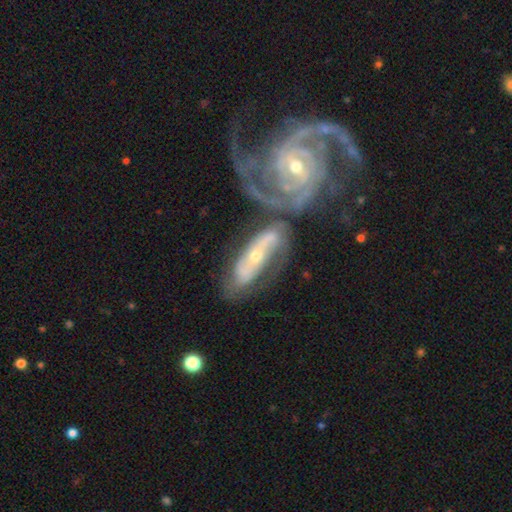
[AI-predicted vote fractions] Smooth or featured?
  - featured or disk: 80% *
  - smooth: 14%
  - star or artifact: 6%
Edge-on disk?
  - no: 90% *
  - yes: 10%
Bar?
  - no: 54% *
  - weak: 27%
  - strong: 19%
Spiral arms?
  - yes: 89% *
  - no: 11%
Spiral winding?
  - tight: 52% *
  - medium: 35%
  - loose: 14%
Spiral arm count?
  - 2: 55% *
  - can't tell: 26%
  - 3: 9%
  - 1: 4%
  - 4: 3%
  - more than 4: 3%
Bulge size?
  - small: 51% *
  - moderate: 46%
  - large: 2%
  - none: 1%
  - dominant: 1%
Merging?
  - merger: 44% *
  - none: 28%
  - minor disturbance: 15%
  - major disturbance: 13%